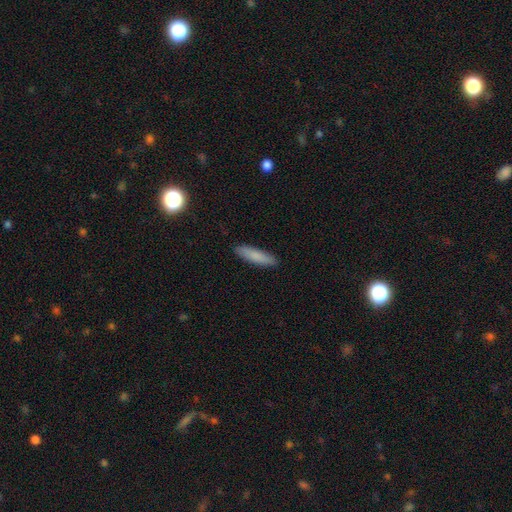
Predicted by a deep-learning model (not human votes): This appears to be a smooth galaxy with no disk features (82%) that is cigar-shaped (77%). Merging: none (89%).